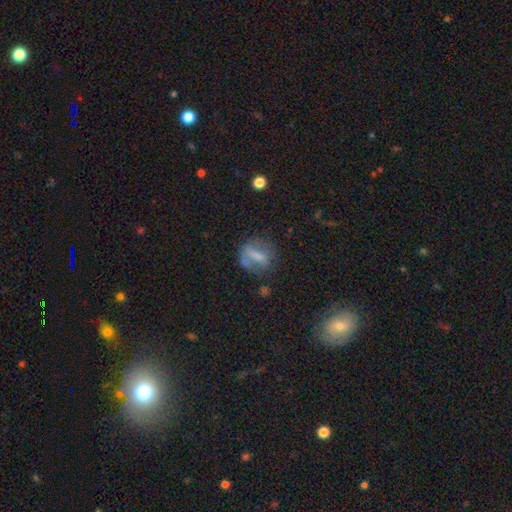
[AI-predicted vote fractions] smooth 54%, featured or disk 34%, star or artifact 12%. Down the decision tree: how rounded — in between (47%); merging — none (53%).